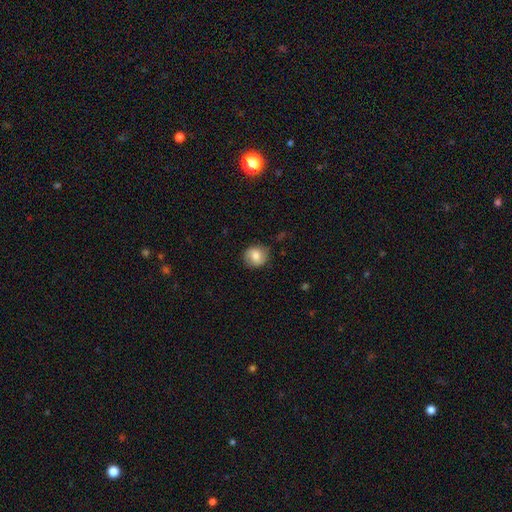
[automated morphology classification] Smooth or featured?
  - smooth: 69% *
  - featured or disk: 23%
  - star or artifact: 8%
How rounded?
  - round: 82% *
  - in between: 17%
  - cigar-shaped: 1%
Merging?
  - none: 80% *
  - minor disturbance: 15%
  - major disturbance: 4%
  - merger: 1%